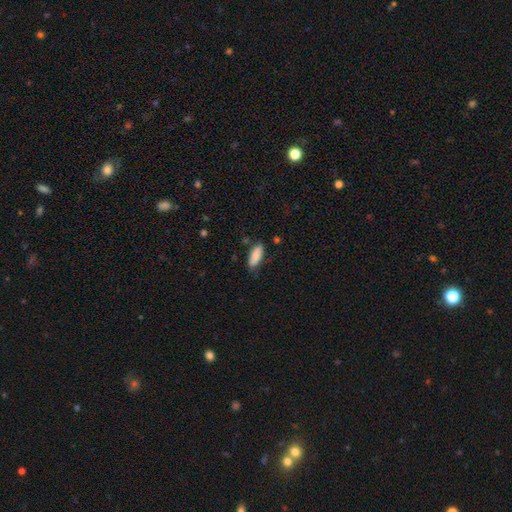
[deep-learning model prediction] This appears to be a smooth galaxy with no disk features (87%) that is in between round and cigar-shaped (74%). Merging: none (74%).